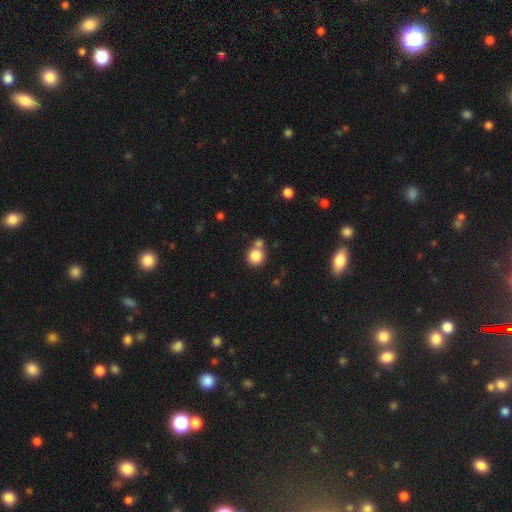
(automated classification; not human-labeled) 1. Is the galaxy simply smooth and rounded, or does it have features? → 84% smooth, 10% star or artifact, 6% featured or disk.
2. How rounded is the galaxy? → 90% round, 9% in between, 1% cigar-shaped.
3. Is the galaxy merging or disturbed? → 59% none, 29% merger, 9% minor disturbance, 3% major disturbance.